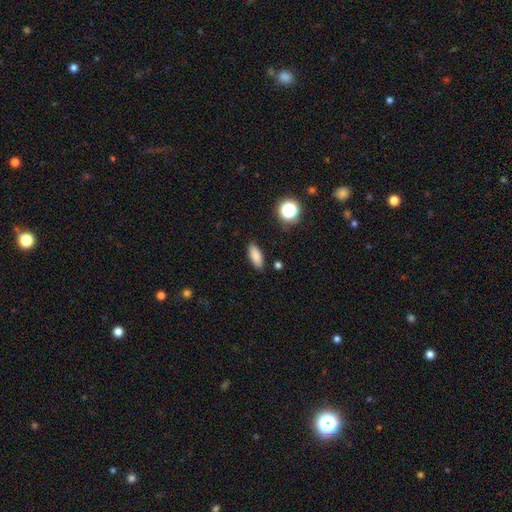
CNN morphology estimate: smooth-or-featured: smooth: 85% | star or artifact: 10% | featured or disk: 6%
  how-rounded: in between: 74% | cigar-shaped: 22% | round: 4%
  merging: none: 87% | minor disturbance: 9% | major disturbance: 2% | merger: 2%